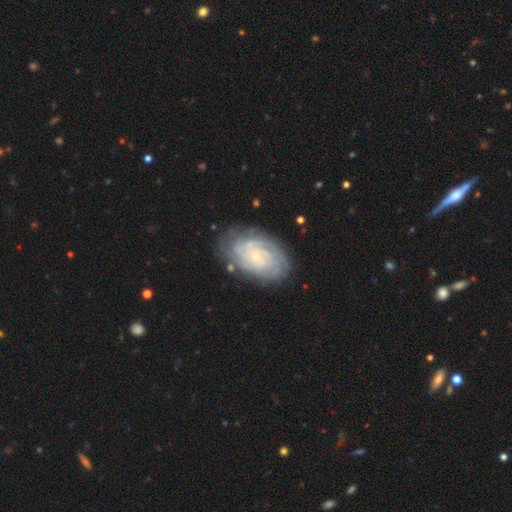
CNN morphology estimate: A featured or disk galaxy (75%) with no bar (76%), tight (77%) spiral arms (90%) and a small central bulge (82%). Merging: none (76%).